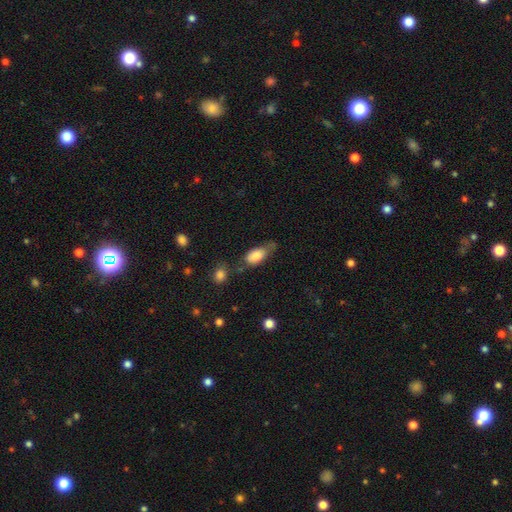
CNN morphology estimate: smooth_or_featured: smooth (p=0.81) [alt: featured or disk p=0.12]
how_rounded: in between (p=0.89) [alt: cigar-shaped p=0.06]
merging: none (p=0.40) [alt: minor disturbance p=0.34]